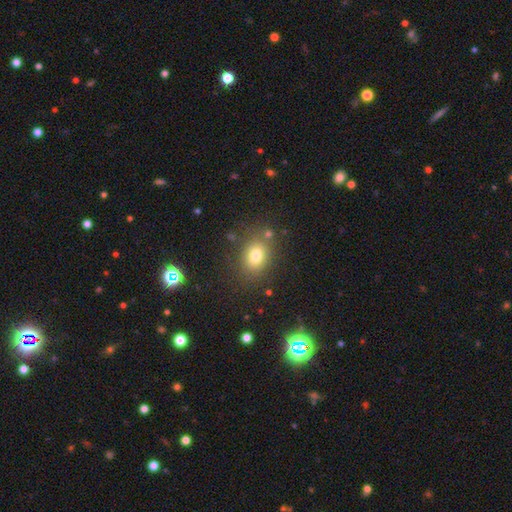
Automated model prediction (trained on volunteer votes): A smooth galaxy with no disk features (77%) that is in between round and cigar-shaped (57%). Merging: none (78%).